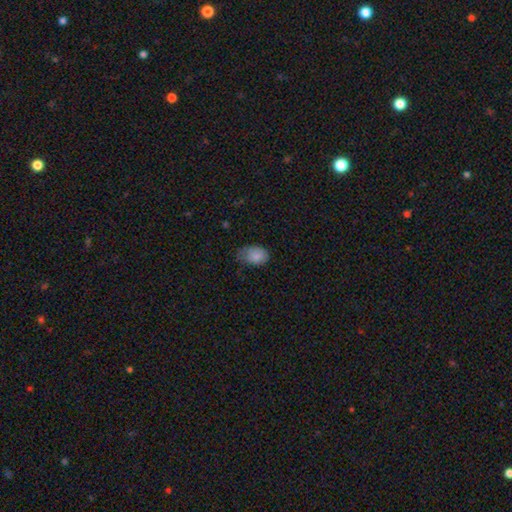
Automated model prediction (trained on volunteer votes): smooth 85%, star or artifact 8%, featured or disk 8%. Down the decision tree: how rounded — in between (84%); merging — none (44%).